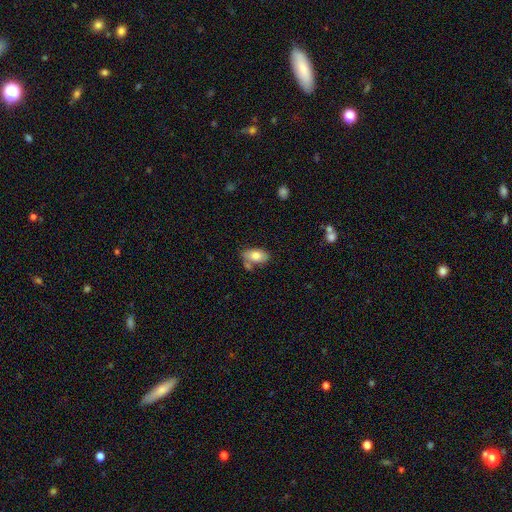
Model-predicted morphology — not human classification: Q: Smooth or featured?
A: smooth (77%); runner-up: featured or disk (16%)
Q: How rounded?
A: in between (92%); runner-up: round (6%)
Q: Merging?
A: none (63%); runner-up: minor disturbance (17%)